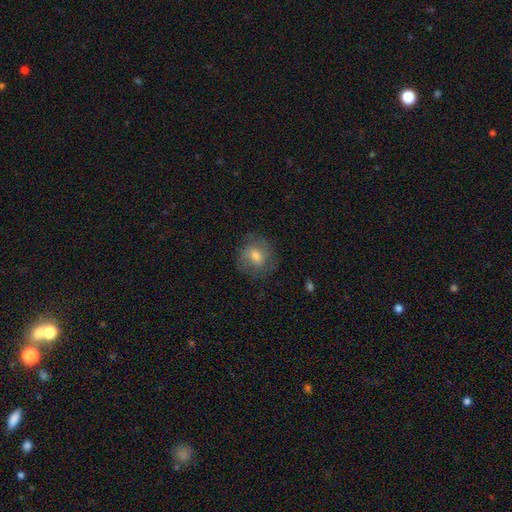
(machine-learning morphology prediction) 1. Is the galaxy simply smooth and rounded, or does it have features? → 58% smooth, 32% featured or disk, 10% star or artifact.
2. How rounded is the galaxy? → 77% round, 22% in between, 1% cigar-shaped.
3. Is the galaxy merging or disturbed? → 75% none, 16% minor disturbance, 7% major disturbance, 1% merger.